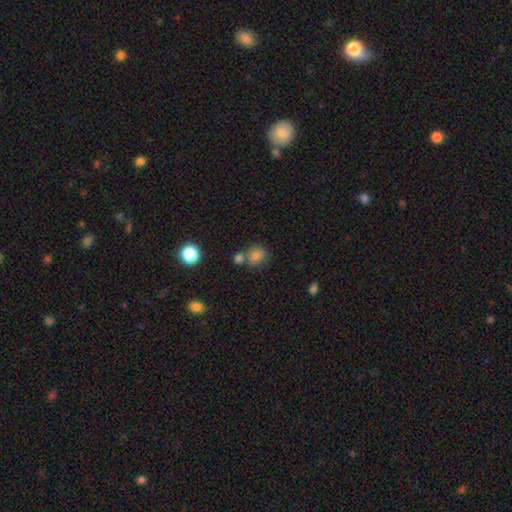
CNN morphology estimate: Smooth or featured? smooth (81%)
How rounded? round (64%)
Merging? none (51%)